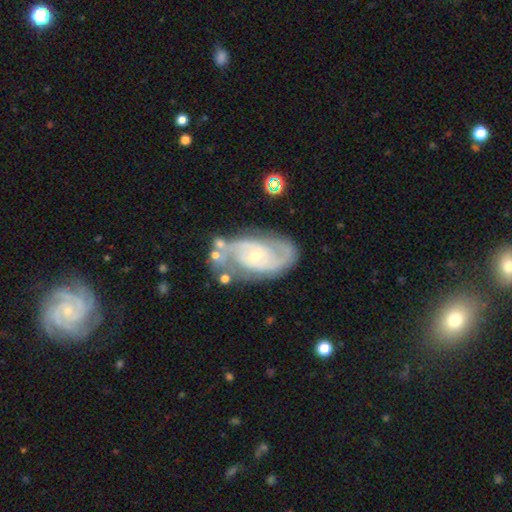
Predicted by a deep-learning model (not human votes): Smooth or featured? featured or disk (86%)
Edge-on disk? no (96%)
Bar? no (65%)
Spiral arms? yes (95%)
Spiral winding? medium (45%)
Spiral arm count? 2 (75%)
Bulge size? small (65%)
Merging? none (66%)